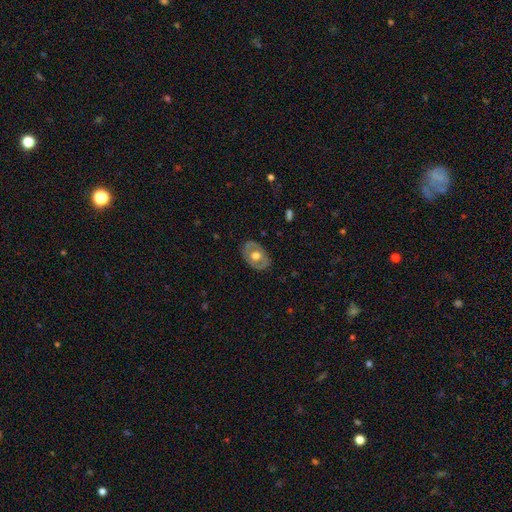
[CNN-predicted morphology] Smooth or featured? Predicted: featured or disk (p=0.50). Edge-on disk? Predicted: no (p=0.90). Merging? Predicted: none (p=0.81).